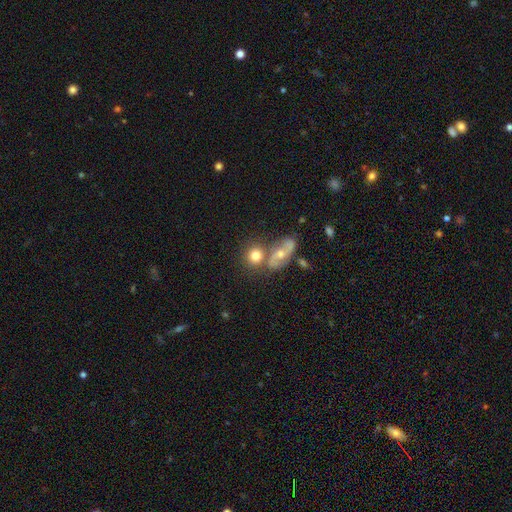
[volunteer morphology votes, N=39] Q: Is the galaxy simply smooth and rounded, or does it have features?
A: smooth — 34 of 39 (87%).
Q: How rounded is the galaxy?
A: round — 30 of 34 (88%).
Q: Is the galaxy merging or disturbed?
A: none — 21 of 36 (58%).